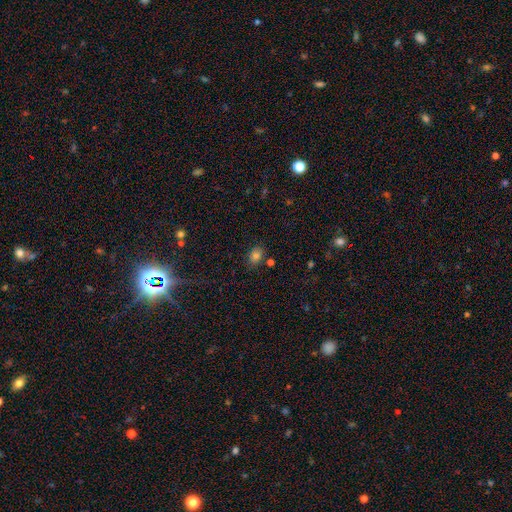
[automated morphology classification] Smooth or featured: smooth — 78% (star or artifact — 15%)
How rounded: in between — 70% (round — 29%)
Merging: none — 76% (minor disturbance — 15%)